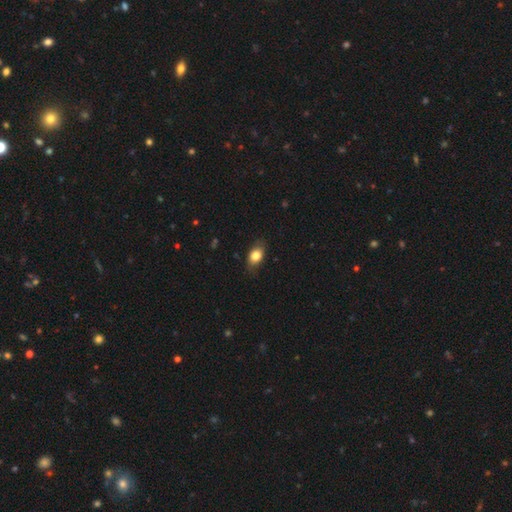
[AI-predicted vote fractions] This is clearly a smooth galaxy (81%). How rounded: clearly in between (80%). Merging: likely none (78%).